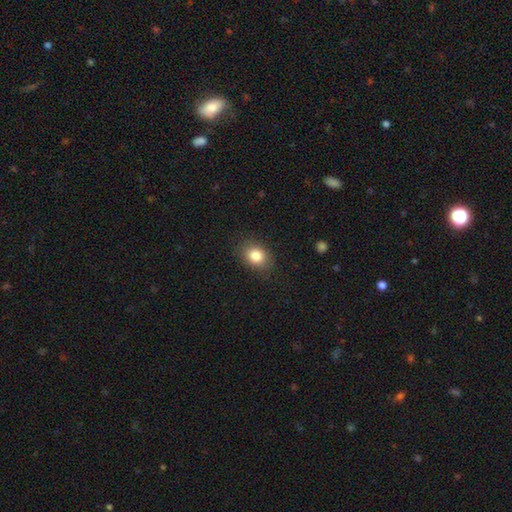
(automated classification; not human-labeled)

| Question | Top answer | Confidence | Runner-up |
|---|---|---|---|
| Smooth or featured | smooth | 83% | star or artifact (9%) |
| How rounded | in between | 61% | round (38%) |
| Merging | none | 85% | minor disturbance (11%) |